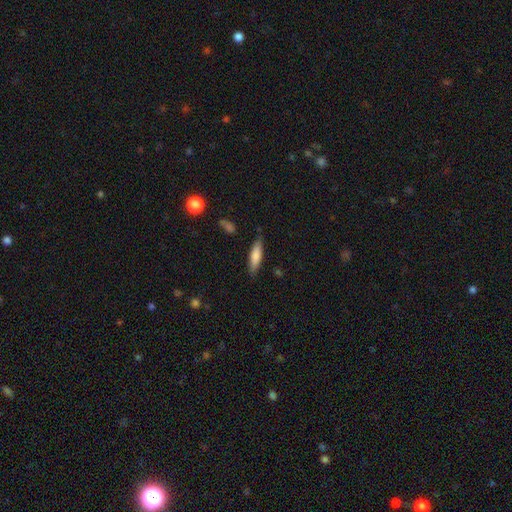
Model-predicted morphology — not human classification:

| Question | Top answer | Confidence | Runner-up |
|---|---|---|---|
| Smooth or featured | smooth | 77% | featured or disk (17%) |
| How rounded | cigar-shaped | 65% | in between (33%) |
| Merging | none | 82% | minor disturbance (13%) |